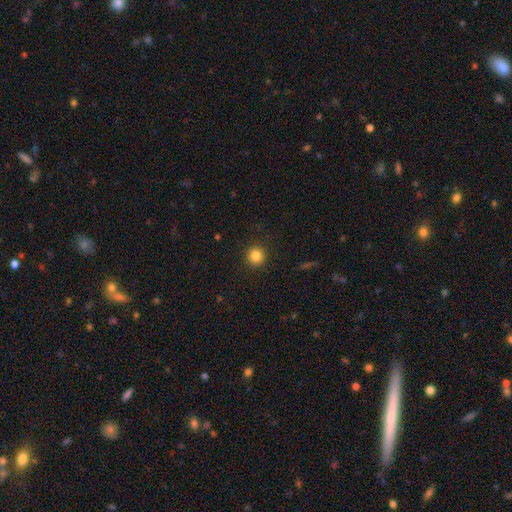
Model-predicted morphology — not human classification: Smooth or featured? smooth (84%)
How rounded? round (93%)
Merging? none (92%)